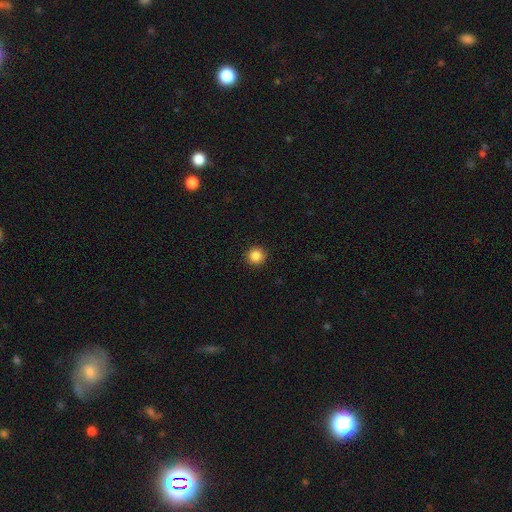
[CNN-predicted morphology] This is clearly a smooth galaxy (87%). How rounded: clearly round (95%). Merging: clearly none (93%).